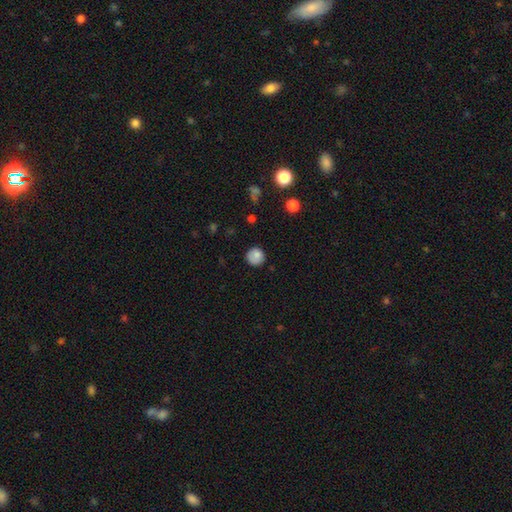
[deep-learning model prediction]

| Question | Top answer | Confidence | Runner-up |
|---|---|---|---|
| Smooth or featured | smooth | 83% | star or artifact (9%) |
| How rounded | round | 91% | in between (8%) |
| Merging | none | 81% | minor disturbance (15%) |